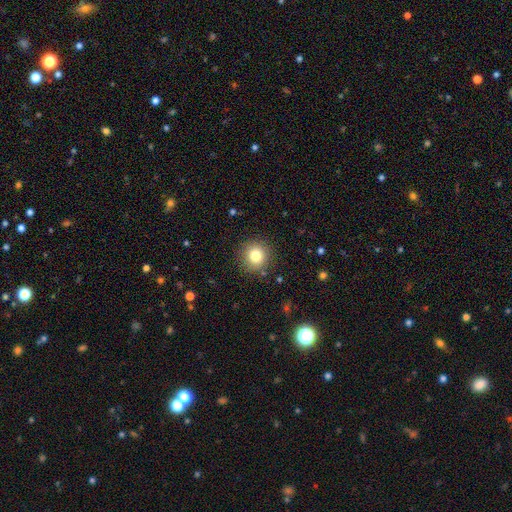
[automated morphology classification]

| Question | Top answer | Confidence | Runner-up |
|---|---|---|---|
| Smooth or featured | smooth | 81% | star or artifact (11%) |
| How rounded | round | 93% | in between (6%) |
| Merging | none | 88% | minor disturbance (7%) |